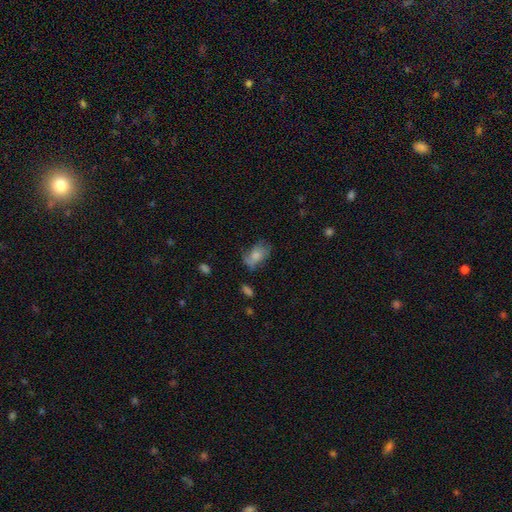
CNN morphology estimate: Q: Smooth or featured?
A: smooth (66%); runner-up: featured or disk (25%)
Q: How rounded?
A: in between (86%); runner-up: round (12%)
Q: Merging?
A: none (43%); runner-up: minor disturbance (31%)